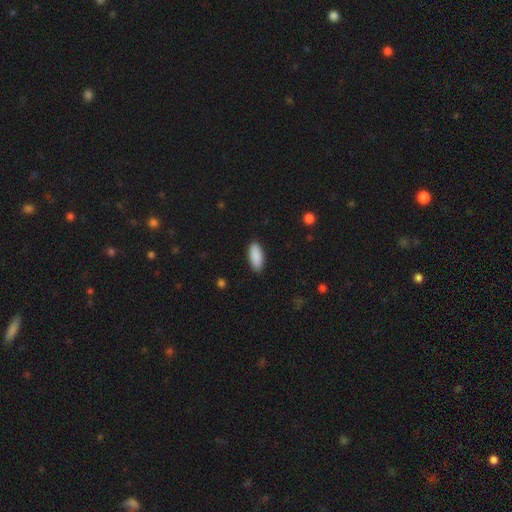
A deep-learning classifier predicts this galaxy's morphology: smooth-or-featured: smooth: 91% | star or artifact: 6% | featured or disk: 4%
  how-rounded: in between: 86% | cigar-shaped: 12% | round: 2%
  merging: none: 89% | minor disturbance: 8% | major disturbance: 2% | merger: 1%